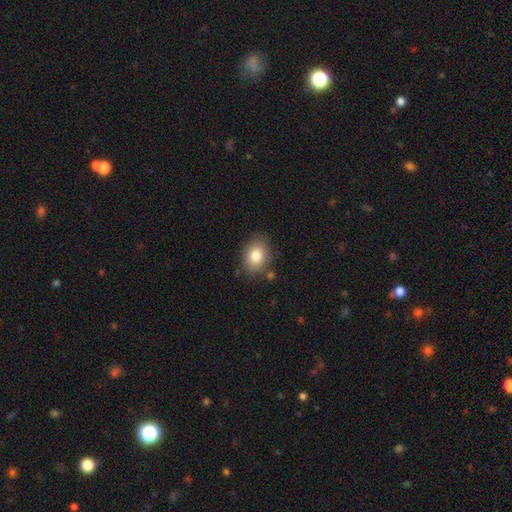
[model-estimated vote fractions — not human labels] Smooth or featured? Predicted: smooth (p=0.82). How rounded? Predicted: in between (p=0.63). Merging? Predicted: none (p=0.81).